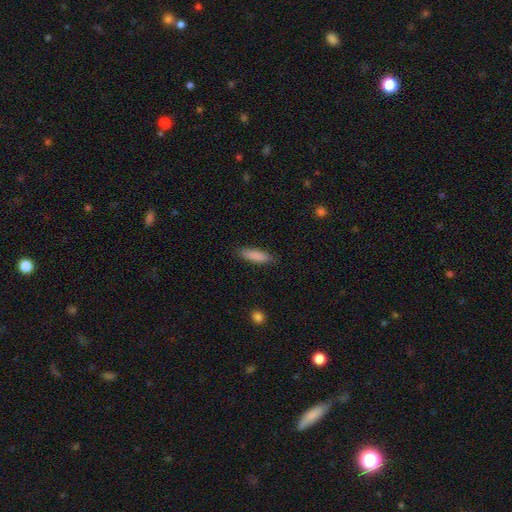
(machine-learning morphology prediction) A smooth galaxy with no disk features (87%) that is cigar-shaped (63%).

Vote fractions:
- Smooth or featured? smooth: 87% / featured or disk: 7% / star or artifact: 6%
- How rounded? cigar-shaped: 63% / in between: 35% / round: 2%
- Merging? none: 87% / minor disturbance: 9% / major disturbance: 2% / merger: 1%